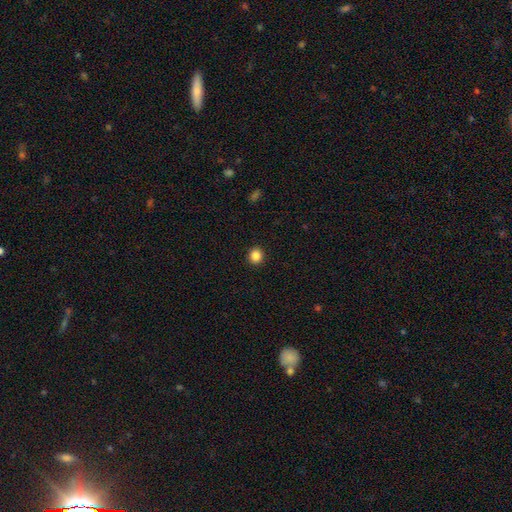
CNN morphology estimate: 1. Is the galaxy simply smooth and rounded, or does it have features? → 86% smooth, 10% star or artifact, 3% featured or disk.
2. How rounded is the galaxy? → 84% round, 15% in between, 1% cigar-shaped.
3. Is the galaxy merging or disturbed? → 92% none, 5% minor disturbance, 2% major disturbance, 1% merger.